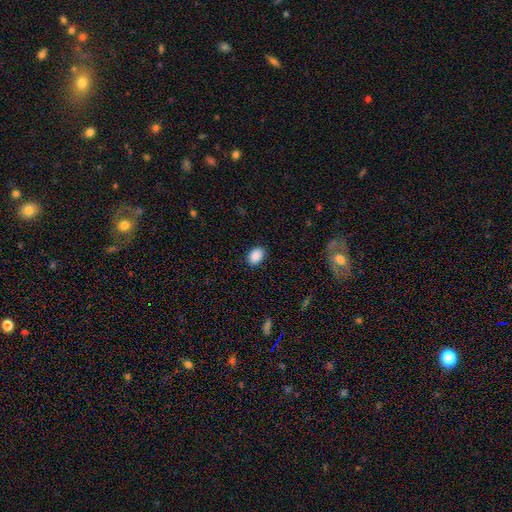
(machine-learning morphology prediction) Smooth or featured? smooth (90%)
How rounded? in between (76%)
Merging? none (88%)